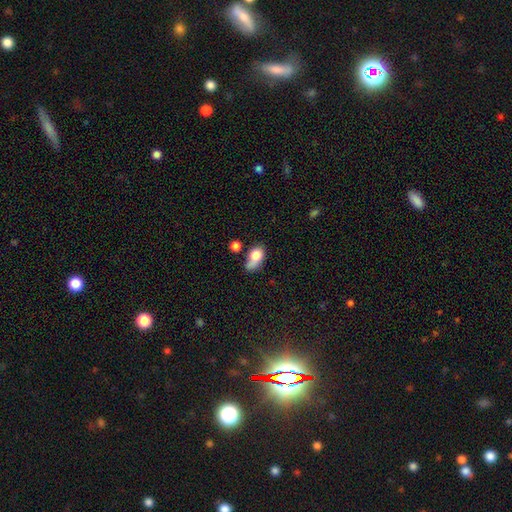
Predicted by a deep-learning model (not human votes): smooth_or_featured: smooth (p=0.77) [alt: featured or disk p=0.14]
how_rounded: in between (p=0.78) [alt: round p=0.19]
merging: none (p=0.31) [alt: minor disturbance p=0.26]